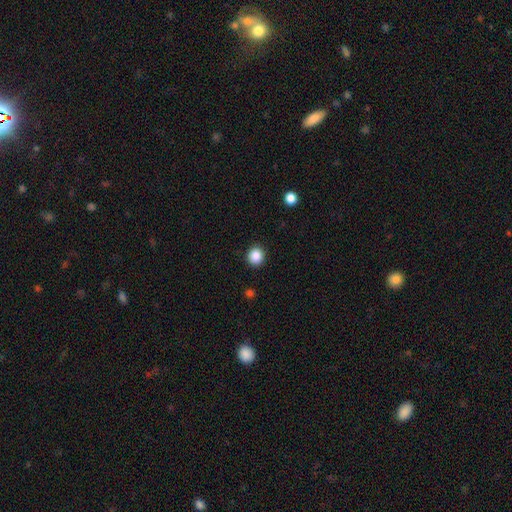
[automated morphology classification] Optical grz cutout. It shows a smooth galaxy with no disk features (87%) that is round (86%). Merging: none (91%).